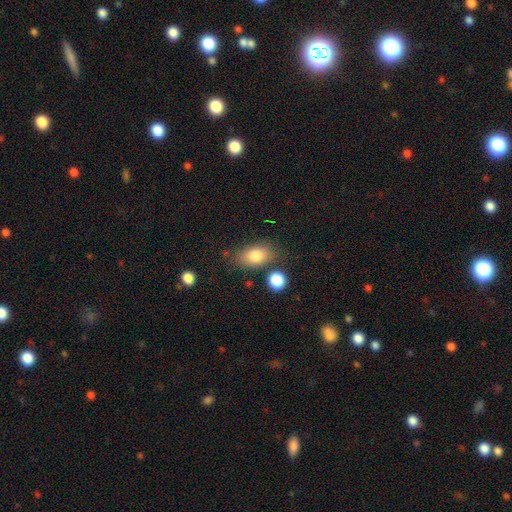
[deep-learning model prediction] Smooth or featured? Predicted: smooth (p=0.81). How rounded? Predicted: in between (p=0.87). Merging? Predicted: none (p=0.74).